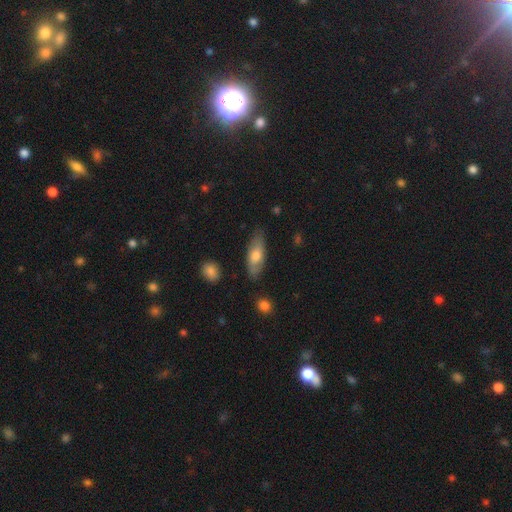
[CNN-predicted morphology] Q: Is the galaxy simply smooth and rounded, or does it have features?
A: smooth — 67%.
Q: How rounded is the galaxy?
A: in between — 68%.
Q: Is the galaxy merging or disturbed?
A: none — 78%.